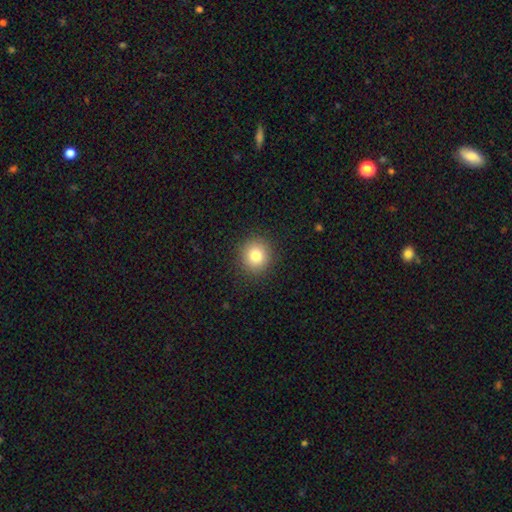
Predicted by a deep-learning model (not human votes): smooth-or-featured: smooth: 81% | star or artifact: 11% | featured or disk: 8%
  how-rounded: round: 89% | in between: 10% | cigar-shaped: 1%
  merging: none: 91% | minor disturbance: 6% | major disturbance: 2% | merger: 1%